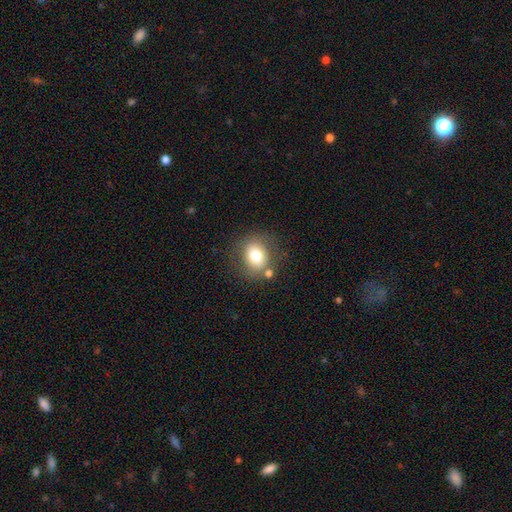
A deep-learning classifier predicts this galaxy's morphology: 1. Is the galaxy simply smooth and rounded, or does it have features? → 73% smooth, 17% featured or disk, 11% star or artifact.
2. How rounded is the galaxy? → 69% round, 30% in between, 1% cigar-shaped.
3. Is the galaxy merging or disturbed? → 72% none, 13% minor disturbance, 9% merger, 5% major disturbance.